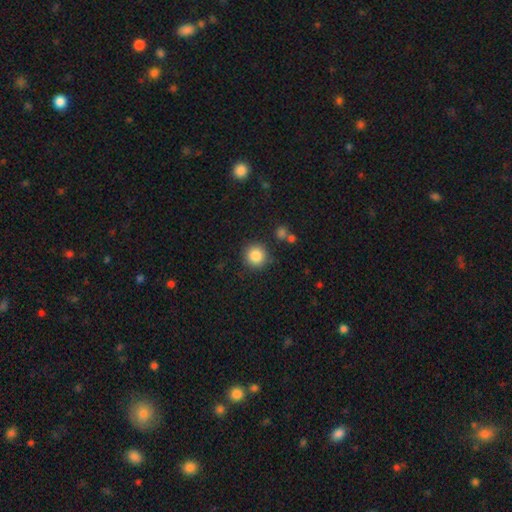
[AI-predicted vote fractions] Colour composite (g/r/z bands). It shows a smooth galaxy with no disk features (85%) that is round (94%). Merging: none (87%).